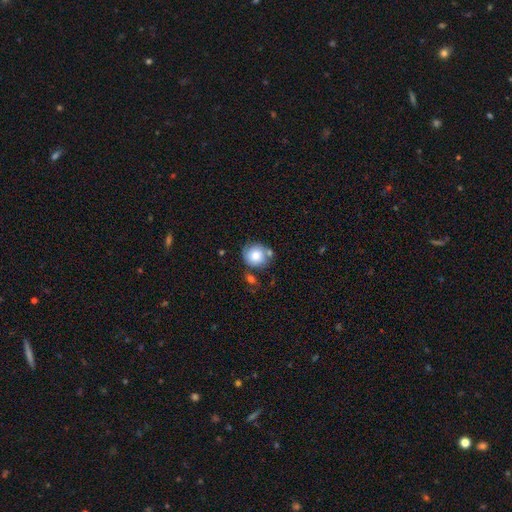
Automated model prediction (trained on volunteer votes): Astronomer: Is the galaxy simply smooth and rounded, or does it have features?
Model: smooth — 76%.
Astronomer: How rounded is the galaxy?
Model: round — 87%.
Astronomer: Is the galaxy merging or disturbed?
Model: none — 61%.